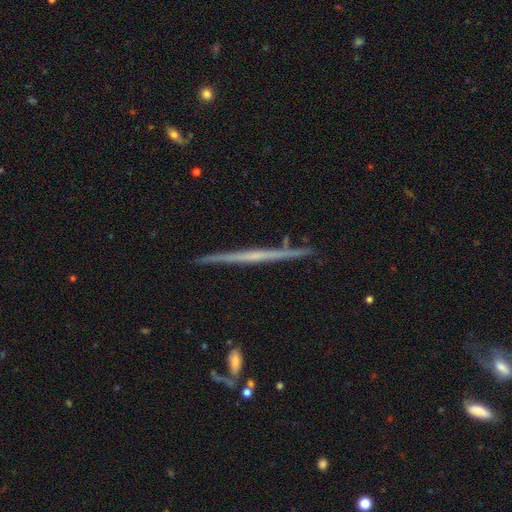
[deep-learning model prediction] featured or disk 71%, smooth 22%, star or artifact 6%. Down the decision tree: edge-on disk — yes (98%); edge-on bulge — none (78%); merging — none (89%).